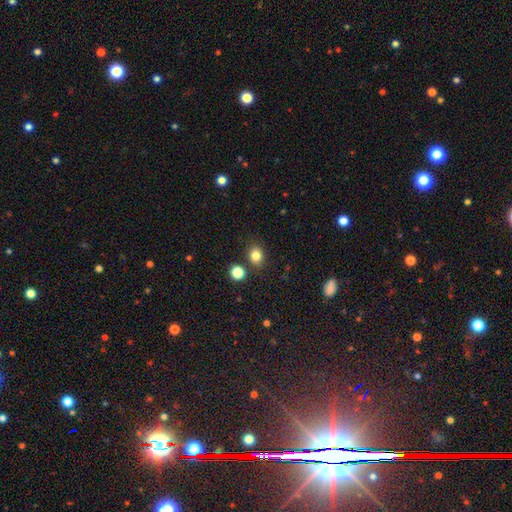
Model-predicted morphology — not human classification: Smooth or featured?
  - smooth: 82% *
  - star or artifact: 13%
  - featured or disk: 6%
How rounded?
  - round: 60% *
  - in between: 39%
  - cigar-shaped: 1%
Merging?
  - none: 82% *
  - minor disturbance: 9%
  - merger: 6%
  - major disturbance: 3%